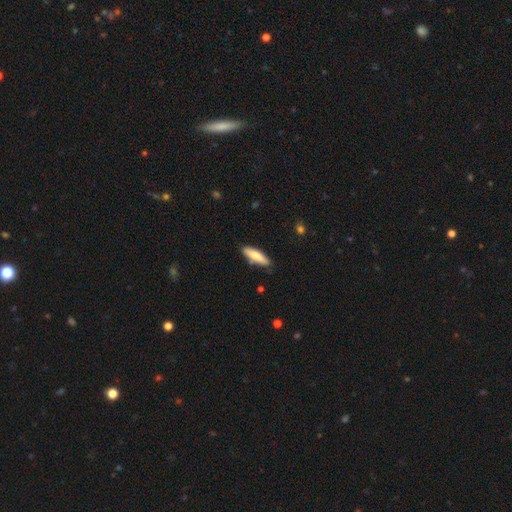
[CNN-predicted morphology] smooth-or-featured: smooth: 78% | featured or disk: 16% | star or artifact: 6%
  how-rounded: cigar-shaped: 63% | in between: 35% | round: 2%
  merging: none: 84% | minor disturbance: 12% | major disturbance: 2% | merger: 2%